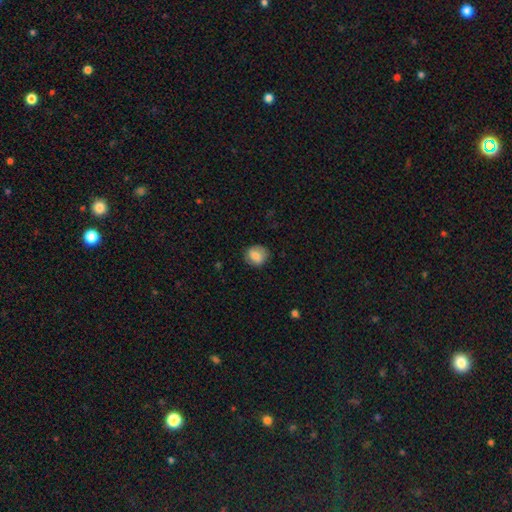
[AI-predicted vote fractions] A smooth galaxy with no disk features (75%) that is round (79%). Merging: none (83%).